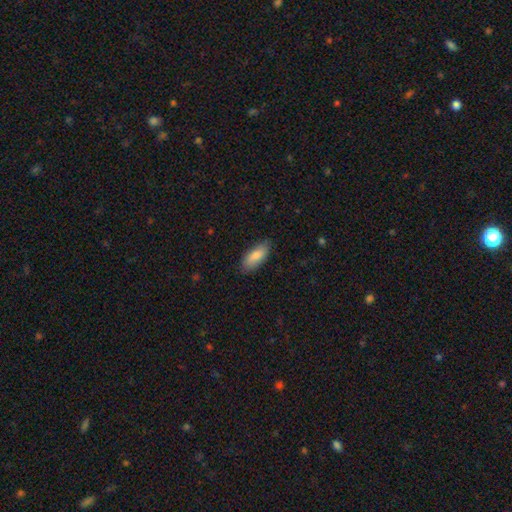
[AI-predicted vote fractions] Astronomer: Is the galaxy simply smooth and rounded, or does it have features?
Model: smooth — 85%.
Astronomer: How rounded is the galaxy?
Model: in between — 82%.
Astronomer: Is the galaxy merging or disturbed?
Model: none — 83%.